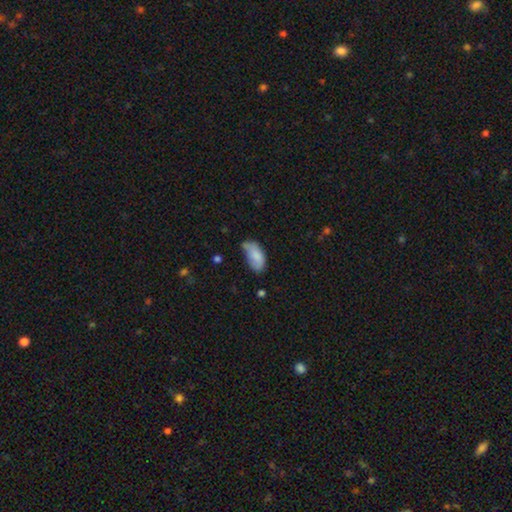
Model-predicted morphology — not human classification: Q: Smooth or featured?
A: smooth (81%); runner-up: featured or disk (11%)
Q: How rounded?
A: in between (93%); runner-up: cigar-shaped (4%)
Q: Merging?
A: none (41%); runner-up: minor disturbance (40%)